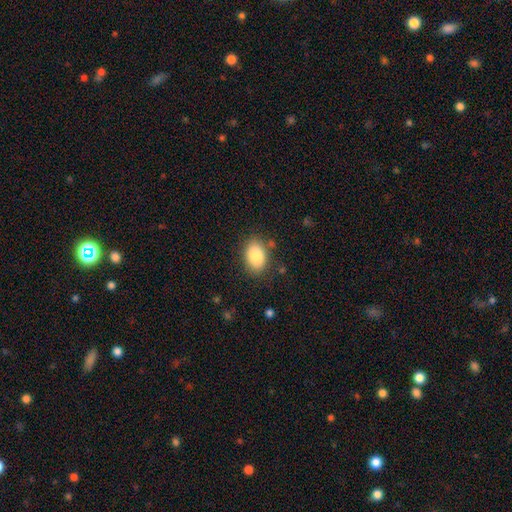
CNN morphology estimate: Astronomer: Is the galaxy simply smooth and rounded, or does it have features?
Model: smooth — 86%.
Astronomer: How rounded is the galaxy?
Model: in between — 86%.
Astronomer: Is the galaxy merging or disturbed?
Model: none — 82%.